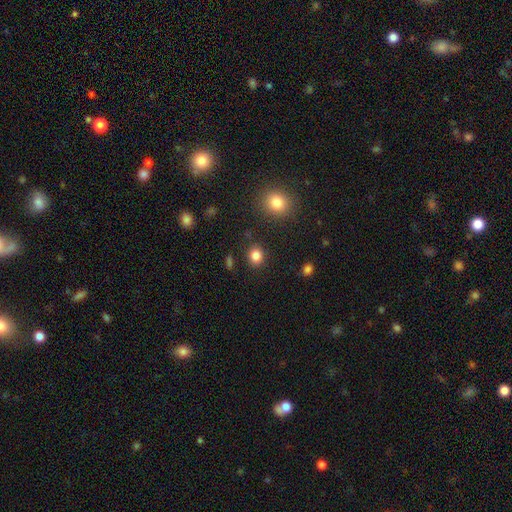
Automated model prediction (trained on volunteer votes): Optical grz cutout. It shows a smooth galaxy with no disk features (85%) that is round (73%). Merging: none (87%).